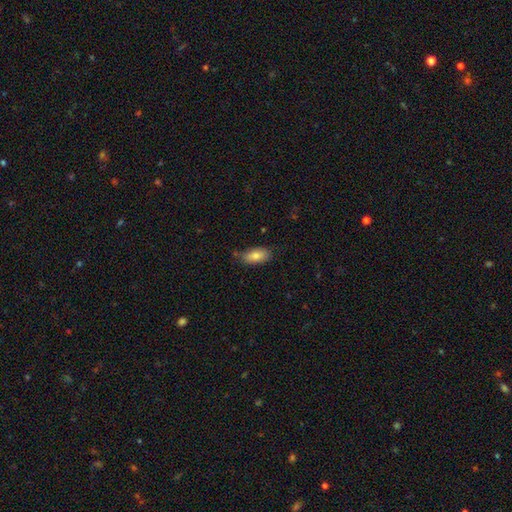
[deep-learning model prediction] smooth-or-featured: smooth: 80% | featured or disk: 13% | star or artifact: 7%
  how-rounded: in between: 88% | cigar-shaped: 9% | round: 3%
  merging: none: 74% | minor disturbance: 20% | major disturbance: 3% | merger: 3%